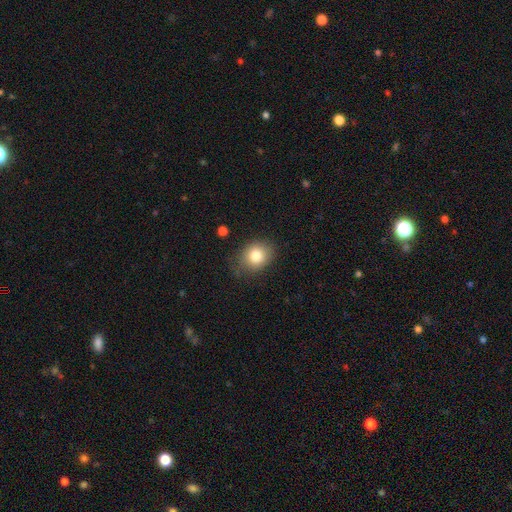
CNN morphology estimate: A smooth galaxy with no disk features (80%) that is round (51%). Merging: none (73%).